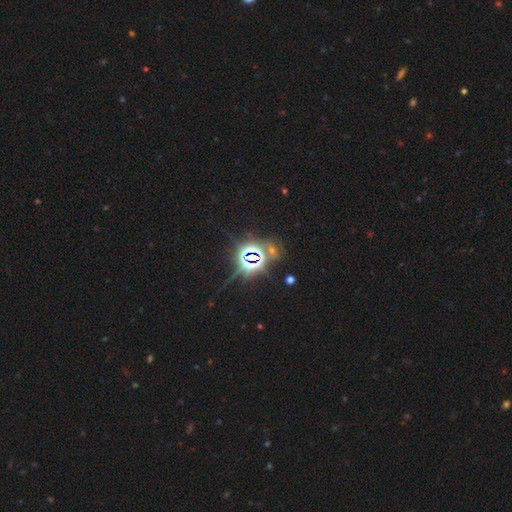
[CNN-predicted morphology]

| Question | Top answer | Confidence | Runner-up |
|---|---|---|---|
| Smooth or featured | star or artifact | 82% | smooth (10%) |